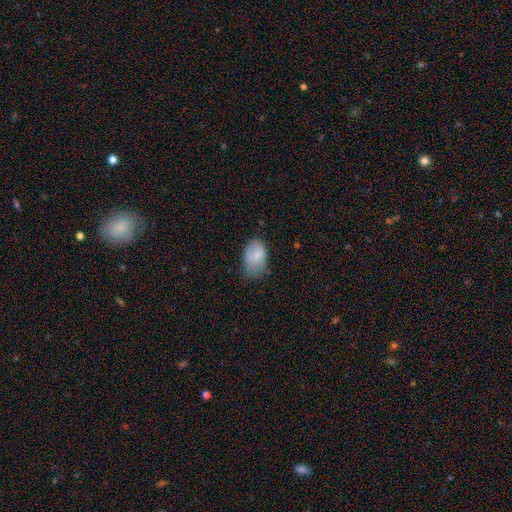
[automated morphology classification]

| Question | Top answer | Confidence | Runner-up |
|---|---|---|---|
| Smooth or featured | smooth | 78% | featured or disk (15%) |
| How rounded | in between | 90% | round (9%) |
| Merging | none | 52% | minor disturbance (36%) |